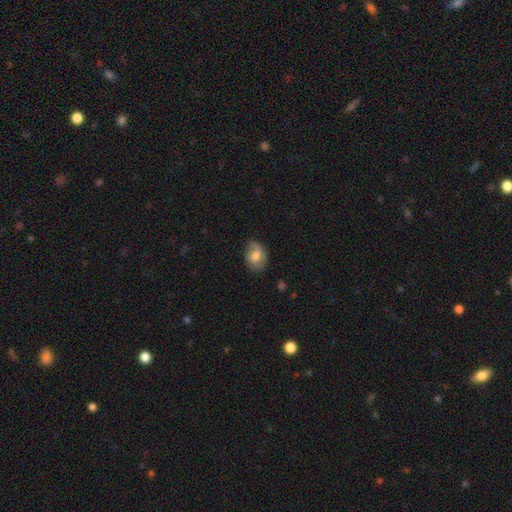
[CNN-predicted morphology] Overall: smooth (63%; featured or disk 30%). How rounded: in between (74%). Merging: none (61%; minor disturbance 28%).